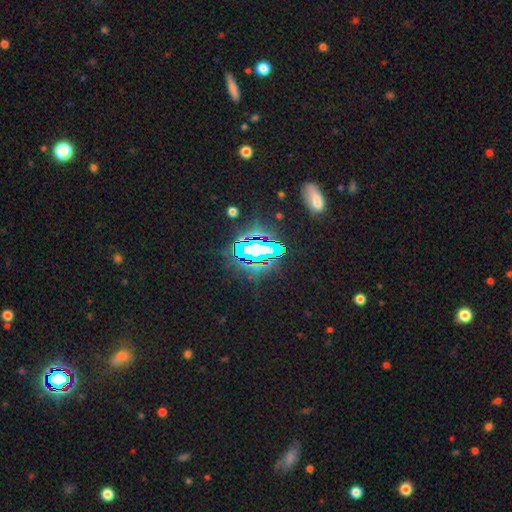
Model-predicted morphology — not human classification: smooth-or-featured: star or artifact: 70% | smooth: 15% | featured or disk: 15%